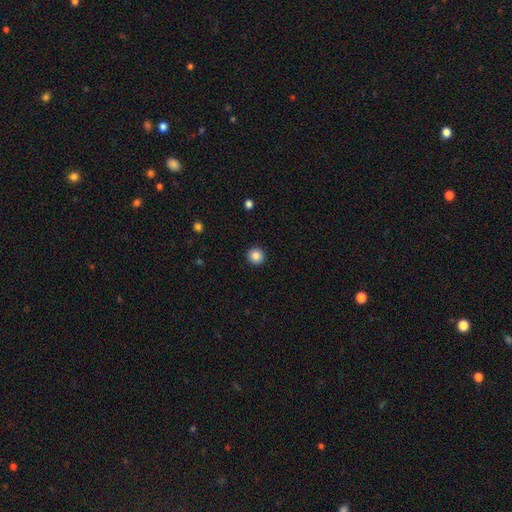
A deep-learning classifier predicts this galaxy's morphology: smooth_or_featured: smooth (p=0.86) [alt: star or artifact p=0.10]
how_rounded: round (p=0.92) [alt: in between p=0.07]
merging: none (p=0.93) [alt: minor disturbance p=0.05]